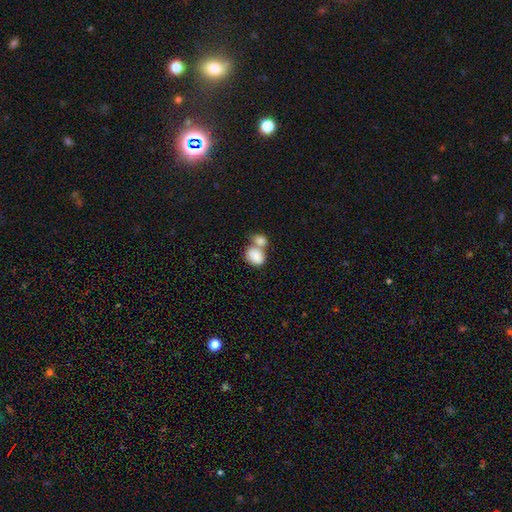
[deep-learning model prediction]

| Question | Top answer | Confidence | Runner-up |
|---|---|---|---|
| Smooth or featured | smooth | 84% | featured or disk (9%) |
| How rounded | in between | 74% | round (25%) |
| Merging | merger | 65% | none (24%) |